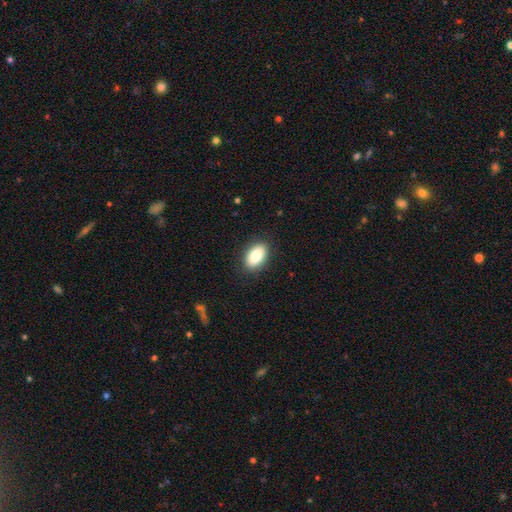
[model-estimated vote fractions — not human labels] Smooth or featured? smooth (84%)
How rounded? in between (92%)
Merging? none (87%)